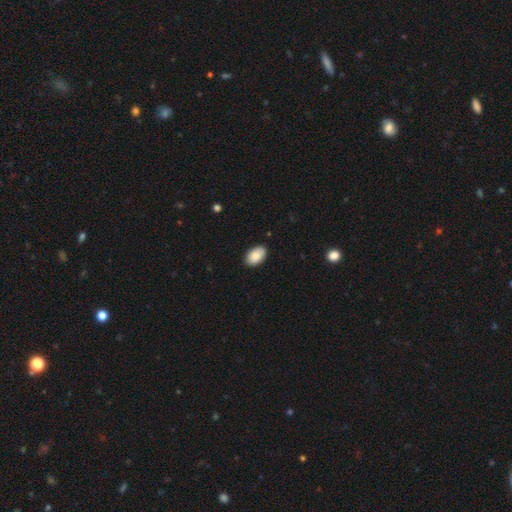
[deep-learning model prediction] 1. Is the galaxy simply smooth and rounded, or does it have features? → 88% smooth, 6% star or artifact, 6% featured or disk.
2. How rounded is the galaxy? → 93% in between, 6% round, 1% cigar-shaped.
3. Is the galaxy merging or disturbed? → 87% none, 10% minor disturbance, 2% major disturbance, 1% merger.